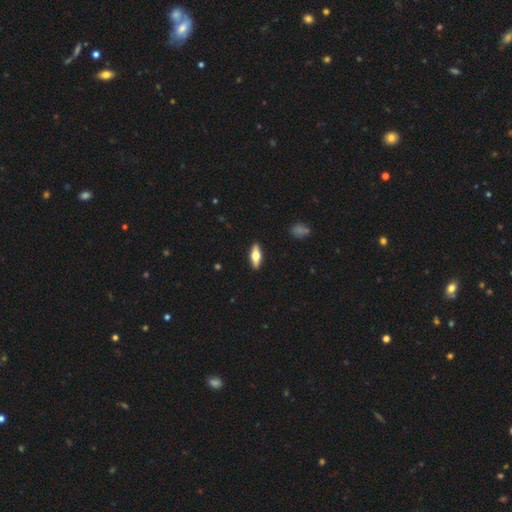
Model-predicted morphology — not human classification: Q: Smooth or featured?
A: smooth (51%); runner-up: featured or disk (43%)
Q: How rounded?
A: in between (62%); runner-up: cigar-shaped (34%)
Q: Merging?
A: none (90%); runner-up: minor disturbance (7%)